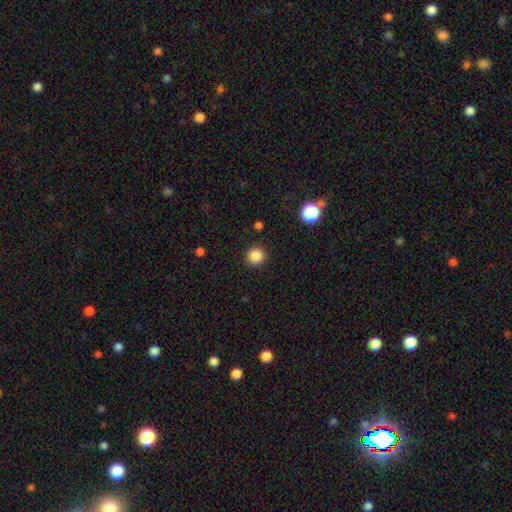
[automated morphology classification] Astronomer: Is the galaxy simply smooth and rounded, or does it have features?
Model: smooth — 85%.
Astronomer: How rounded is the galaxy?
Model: round — 95%.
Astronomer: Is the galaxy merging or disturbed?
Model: none — 91%.